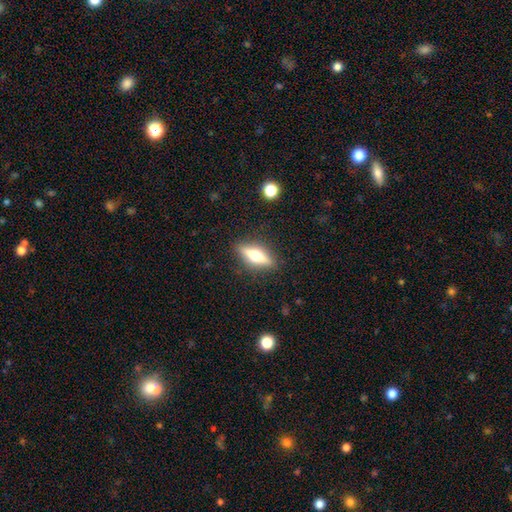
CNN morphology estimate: A featured or disk galaxy (57%) viewed edge-on (92%) with a rounded central bulge (95%).

Vote fractions:
- Smooth or featured? featured or disk: 57% / smooth: 36% / star or artifact: 7%
- Edge-on disk? yes: 92% / no: 8%
- Edge-on bulge? rounded: 95% / boxy: 3% / none: 2%
- Merging? none: 88% / minor disturbance: 8% / major disturbance: 2% / merger: 1%